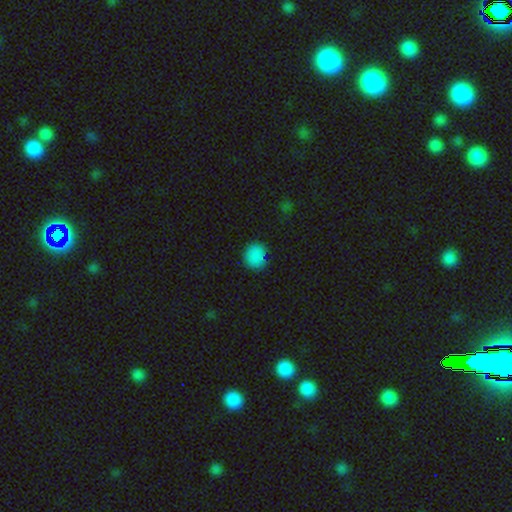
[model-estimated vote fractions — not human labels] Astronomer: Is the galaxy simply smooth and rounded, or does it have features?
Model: smooth — 84%.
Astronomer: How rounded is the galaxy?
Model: round — 73%.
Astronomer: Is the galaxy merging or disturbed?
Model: none — 78%.